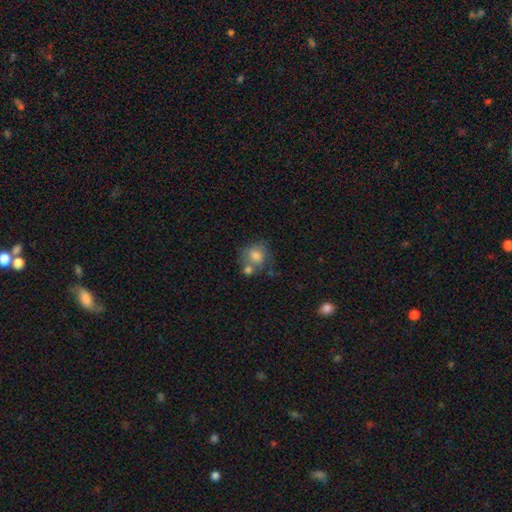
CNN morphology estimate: smooth 74%, featured or disk 17%, star or artifact 9%. Down the decision tree: how rounded — round (72%); merging — none (46%).